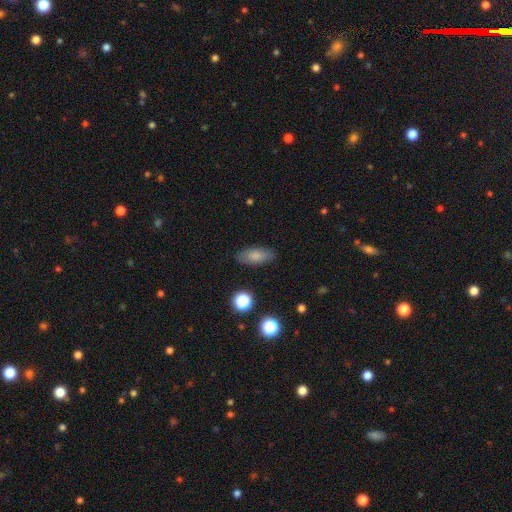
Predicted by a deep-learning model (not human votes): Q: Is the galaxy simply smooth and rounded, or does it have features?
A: smooth — 82%.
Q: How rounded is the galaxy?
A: in between — 79%.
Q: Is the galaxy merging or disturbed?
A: none — 86%.